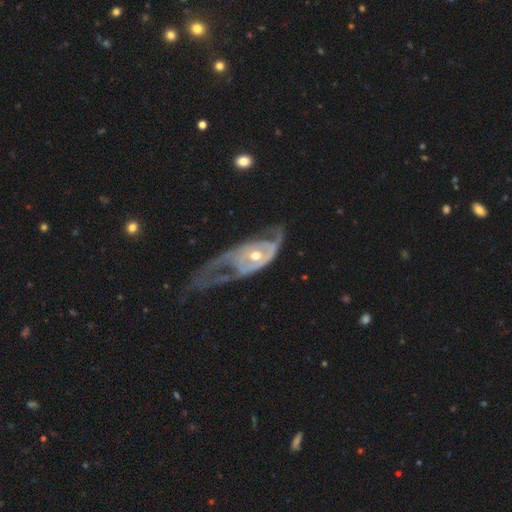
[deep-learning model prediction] The model was most divided on "spiral winding": loose: 37%, medium: 33%, tight: 30%. More confident: edge-on disk — no (92%); smooth or featured — featured or disk (82%); bar — no (75%); bulge size — moderate (73%); spiral arms — yes (71%); spiral arm count — 2 (56%); merging — major disturbance (56%).